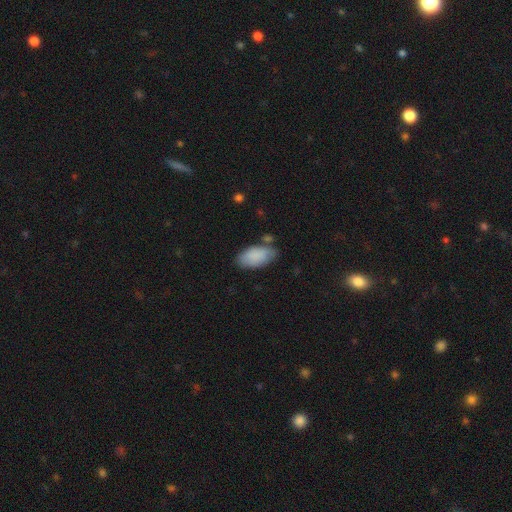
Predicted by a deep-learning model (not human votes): smooth 87%, featured or disk 7%, star or artifact 6%. Down the decision tree: how rounded — in between (94%); merging — none (68%).